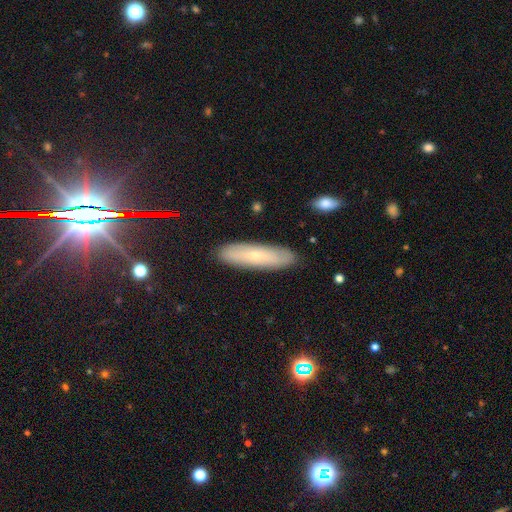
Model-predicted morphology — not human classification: A smooth galaxy with no disk features (58%) that is cigar-shaped (70%).

Vote fractions:
- Smooth or featured? smooth: 58% / featured or disk: 34% / star or artifact: 8%
- How rounded? cigar-shaped: 70% / in between: 28% / round: 2%
- Merging? none: 88% / minor disturbance: 9% / major disturbance: 2% / merger: 1%